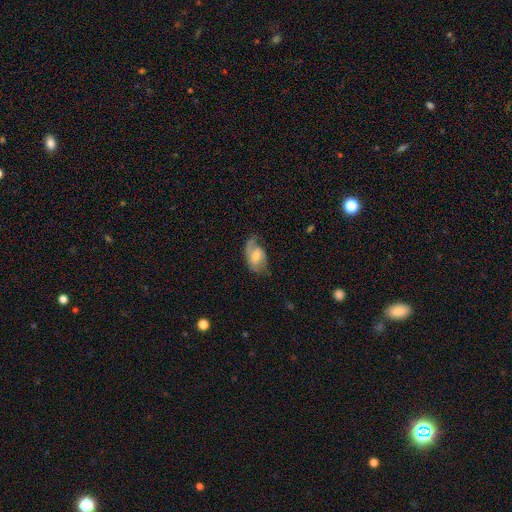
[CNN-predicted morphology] Smooth or featured: featured or disk — 58% (smooth — 36%)
Edge-on disk: no — 94% (yes — 6%)
Bar: no — 47% (weak — 42%)
Spiral arms: yes — 83% (no — 17%)
Bulge size: moderate — 58% (small — 30%)
Merging: none — 57% (minor disturbance — 27%)